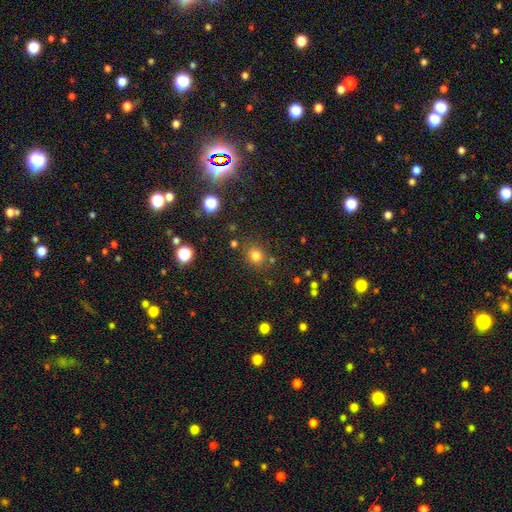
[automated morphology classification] smooth-or-featured: smooth: 78% | star or artifact: 16% | featured or disk: 6%
  how-rounded: round: 76% | in between: 23% | cigar-shaped: 1%
  merging: none: 80% | minor disturbance: 11% | merger: 5% | major disturbance: 4%